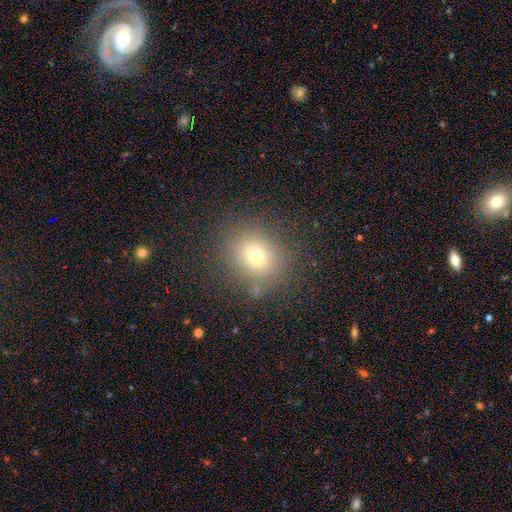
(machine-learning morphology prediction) Overall: smooth (70%). How rounded: round (77%). Merging: none (86%).